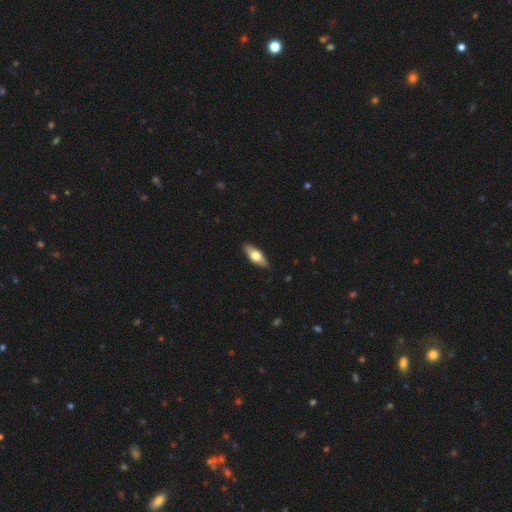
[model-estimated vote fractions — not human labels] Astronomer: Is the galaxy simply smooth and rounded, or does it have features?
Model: smooth — 63%.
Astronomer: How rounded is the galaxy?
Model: in between — 71%.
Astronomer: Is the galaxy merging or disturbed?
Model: none — 88%.